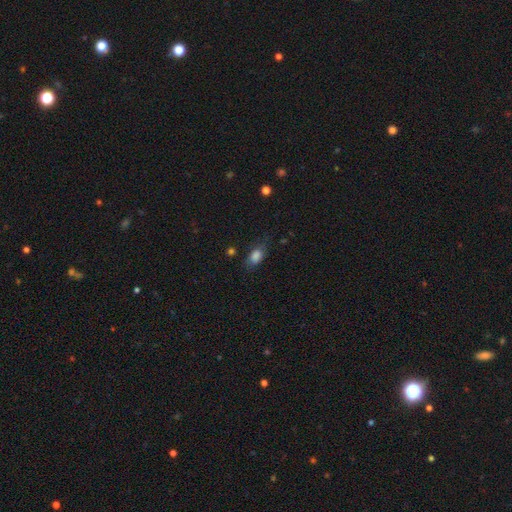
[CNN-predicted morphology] This appears to be a smooth galaxy with no disk features (80%) that is in between round and cigar-shaped (85%). Merging: none (65%).